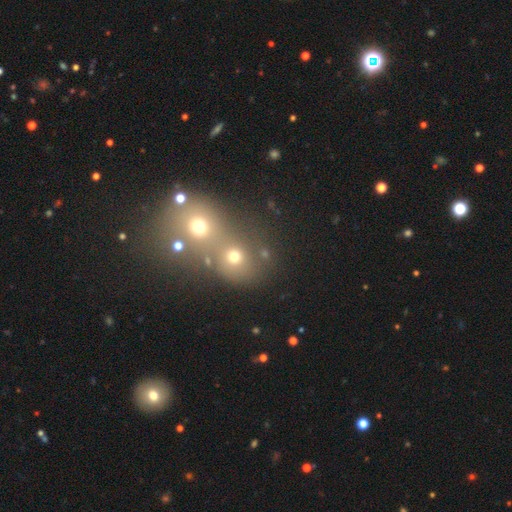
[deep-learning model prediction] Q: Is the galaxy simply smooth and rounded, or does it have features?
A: smooth — 44%.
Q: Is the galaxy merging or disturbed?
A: merger — 59%.